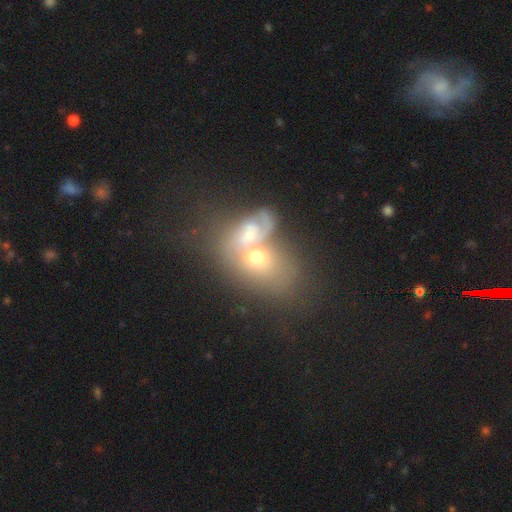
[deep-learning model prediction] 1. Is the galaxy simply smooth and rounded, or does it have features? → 44% featured or disk (tied), 44% smooth (tied), 12% star or artifact.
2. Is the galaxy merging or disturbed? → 77% merger, 12% none, 6% major disturbance, 5% minor disturbance.